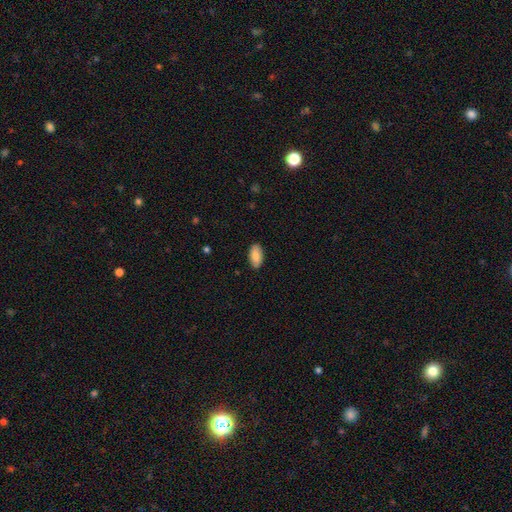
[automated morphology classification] smooth 85%, featured or disk 9%, star or artifact 6%. Down the decision tree: how rounded — in between (93%); merging — none (88%).